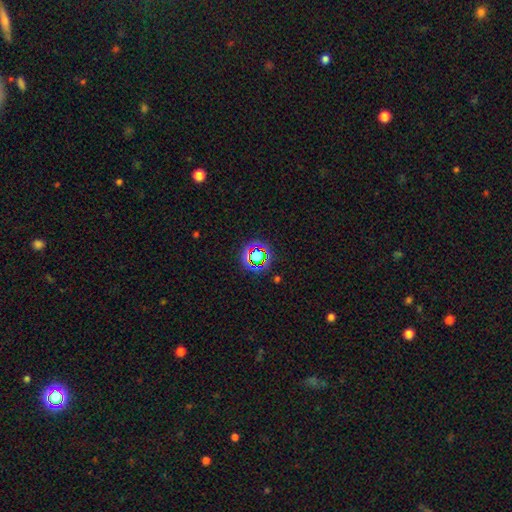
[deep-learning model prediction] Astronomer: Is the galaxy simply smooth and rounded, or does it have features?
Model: star or artifact — 60%.